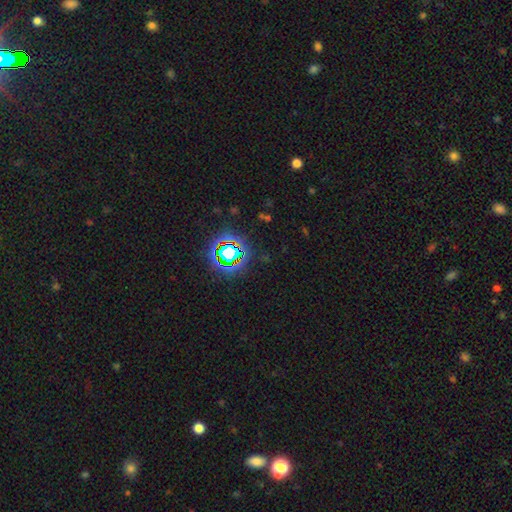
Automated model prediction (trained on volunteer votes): The model was most divided on "smooth or featured": star or artifact: 79%, smooth: 13%, featured or disk: 8%.